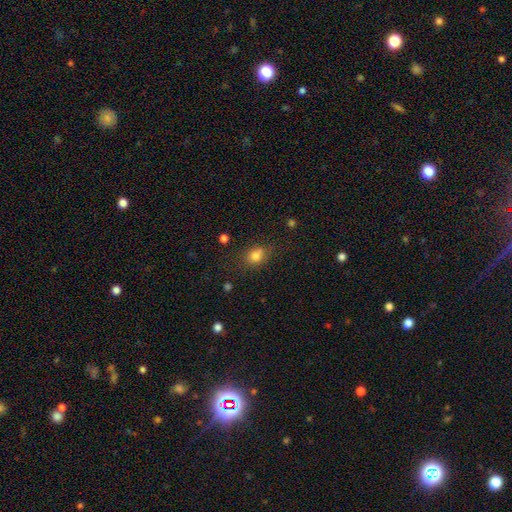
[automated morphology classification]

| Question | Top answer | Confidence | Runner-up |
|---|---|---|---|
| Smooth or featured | smooth | 81% | star or artifact (12%) |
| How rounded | in between | 56% | round (42%) |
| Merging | none | 74% | minor disturbance (18%) |